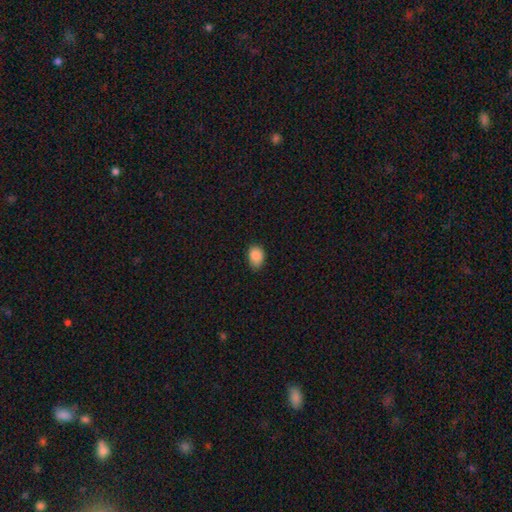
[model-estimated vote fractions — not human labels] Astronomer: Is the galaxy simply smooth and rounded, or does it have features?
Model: smooth — 87%.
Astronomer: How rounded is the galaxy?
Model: in between — 74%.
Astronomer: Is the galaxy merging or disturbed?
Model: none — 76%.